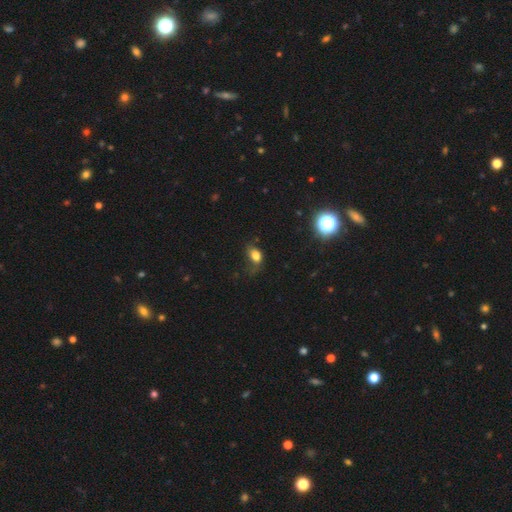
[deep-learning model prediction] Smooth or featured: smooth — 74% (star or artifact — 14%)
How rounded: in between — 72% (round — 25%)
Merging: none — 42% (minor disturbance — 29%)